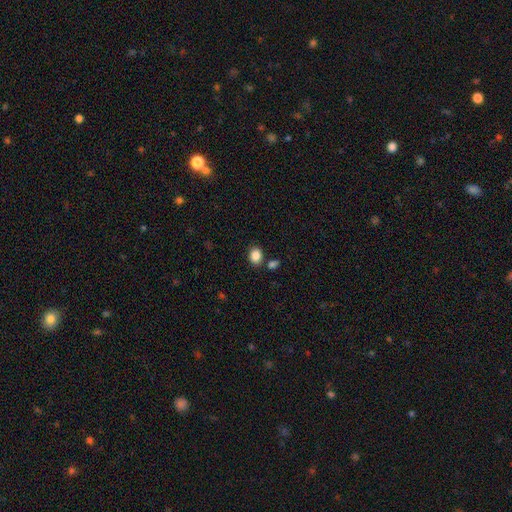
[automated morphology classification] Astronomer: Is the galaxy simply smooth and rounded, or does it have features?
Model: smooth — 86%.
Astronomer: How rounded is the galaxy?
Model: in between — 59% (runner-up: round, 40%).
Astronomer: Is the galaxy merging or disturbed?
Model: none — 76%.